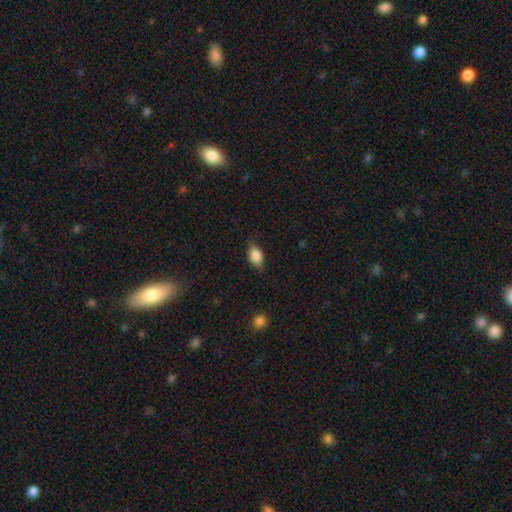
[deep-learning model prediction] Smooth or featured? smooth (78%)
How rounded? in between (80%)
Merging? none (74%)